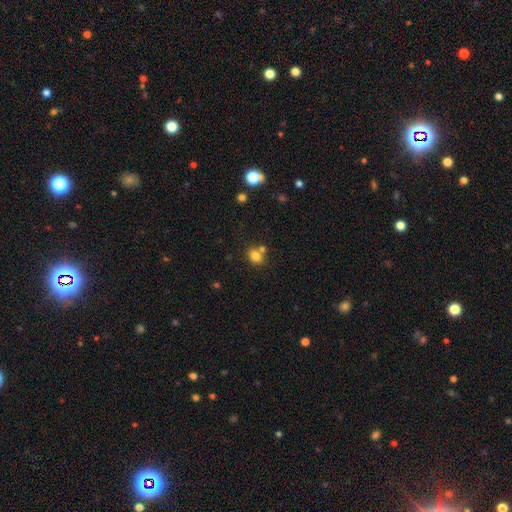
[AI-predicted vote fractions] Overall: smooth (79%). How rounded: in between (52%; round 47%). Merging: none (60%; merger 26%).